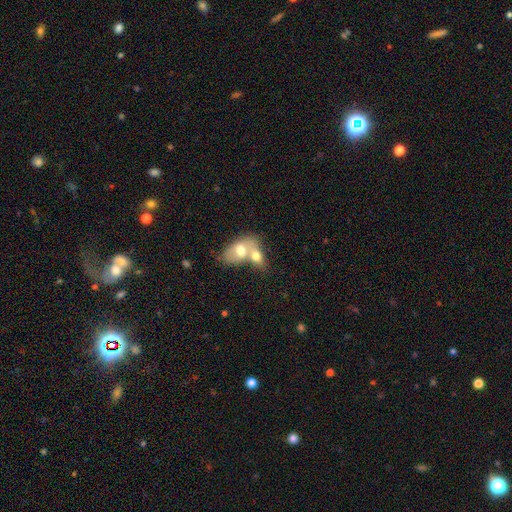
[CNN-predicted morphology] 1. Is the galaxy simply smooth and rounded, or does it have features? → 65% smooth, 28% featured or disk, 7% star or artifact.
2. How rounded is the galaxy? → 81% in between, 16% round, 3% cigar-shaped.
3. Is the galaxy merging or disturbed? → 74% merger, 16% none, 6% minor disturbance, 4% major disturbance.